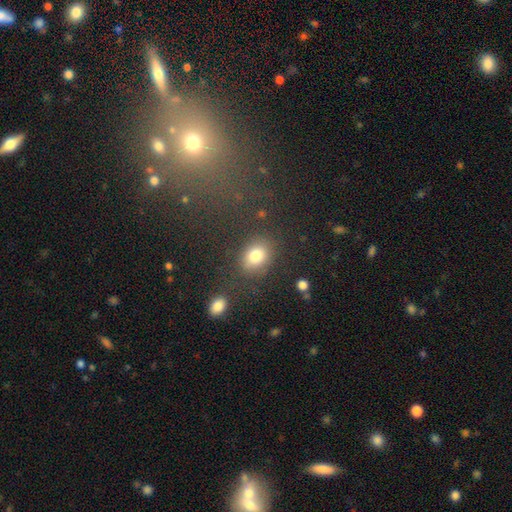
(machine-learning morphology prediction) type=smooth (80%); roundness=in between (55%); merging=none (77%).